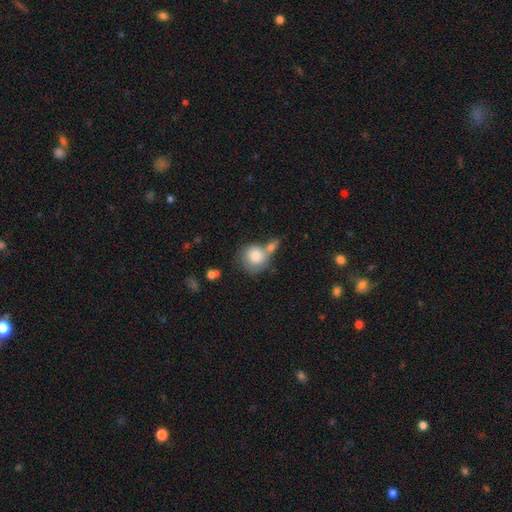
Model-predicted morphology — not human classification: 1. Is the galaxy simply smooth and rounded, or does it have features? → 79% smooth, 14% featured or disk, 7% star or artifact.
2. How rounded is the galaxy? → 84% round, 15% in between, 1% cigar-shaped.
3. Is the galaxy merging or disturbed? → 42% merger, 37% none, 14% minor disturbance, 7% major disturbance.